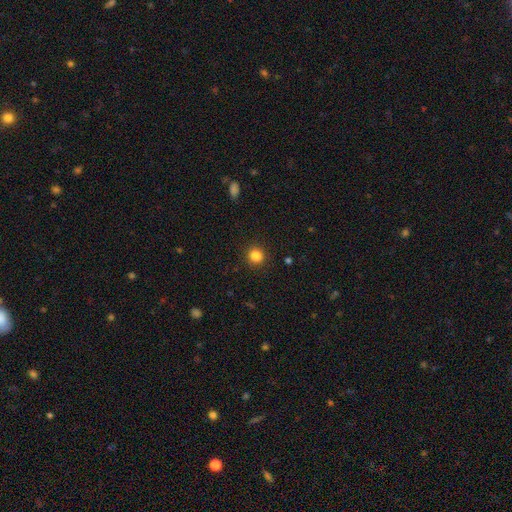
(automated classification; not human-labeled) smooth 85%, star or artifact 11%, featured or disk 4%. Down the decision tree: how rounded — round (91%); merging — none (91%).